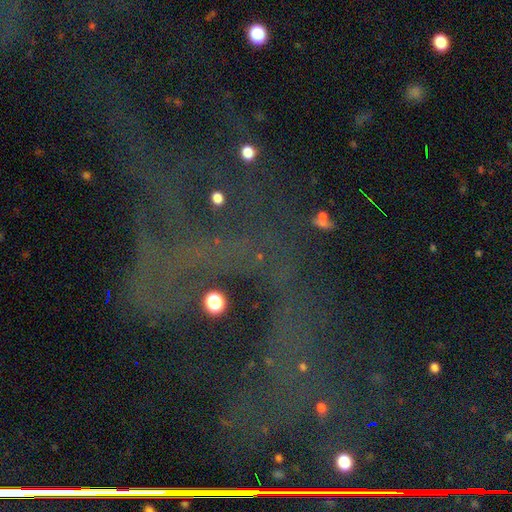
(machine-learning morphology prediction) Smooth or featured?
  - star or artifact: 70% *
  - featured or disk: 18%
  - smooth: 11%